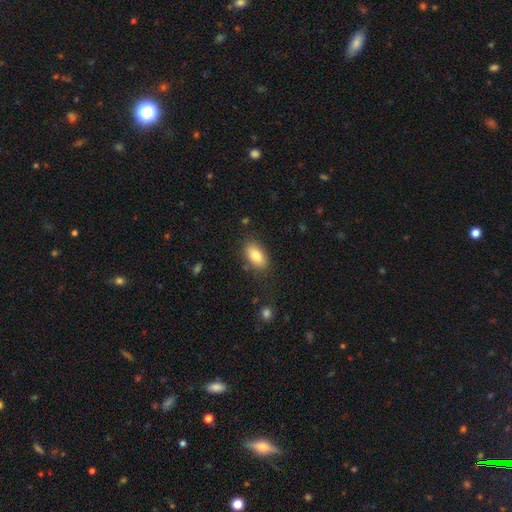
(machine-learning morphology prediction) type=smooth (82%); roundness=in between (90%); merging=none (82%).